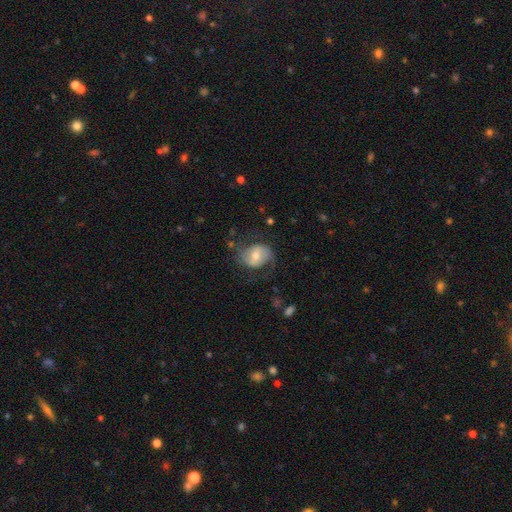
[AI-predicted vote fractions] Smooth or featured? featured or disk (55%)
Edge-on disk? no (96%)
Bar? weak (45%)
Spiral arms? yes (76%)
Bulge size? moderate (64%)
Merging? none (56%)